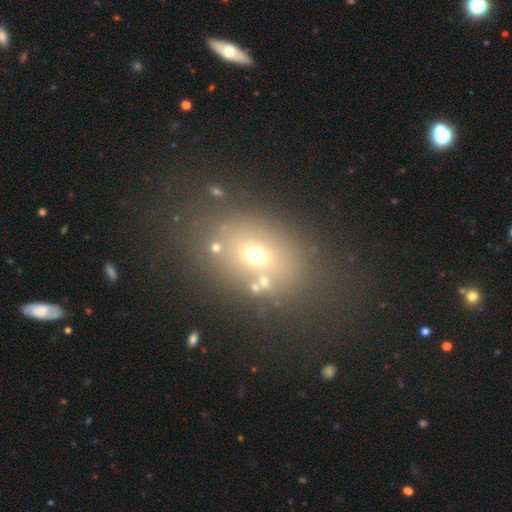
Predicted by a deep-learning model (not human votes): Overall: smooth (58%; star or artifact 22%). How rounded: in between (68%; round 30%). Merging: none (67%).